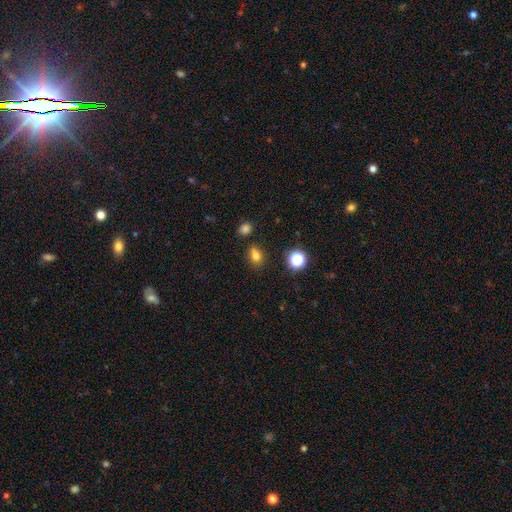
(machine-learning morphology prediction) smooth 76%, star or artifact 17%, featured or disk 7%. Down the decision tree: how rounded — in between (52%); merging — none (68%).